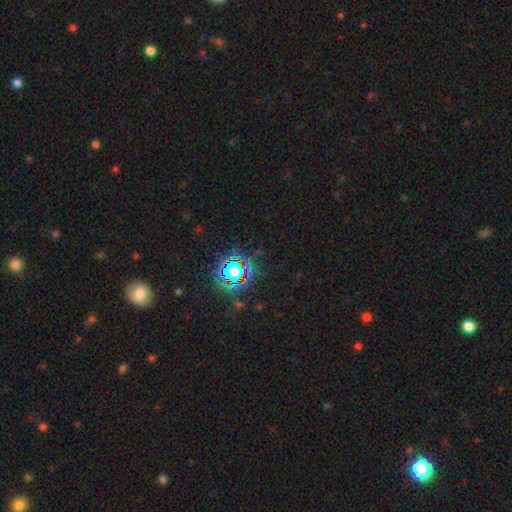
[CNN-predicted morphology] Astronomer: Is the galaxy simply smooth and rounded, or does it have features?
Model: star or artifact — 79%.